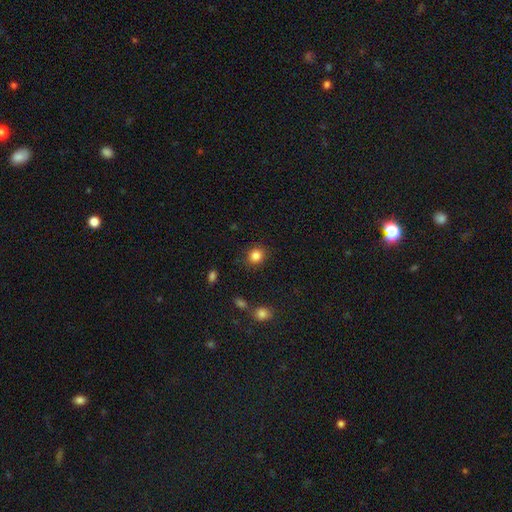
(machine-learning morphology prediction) type=smooth (84%); roundness=round (83%); merging=none (87%).